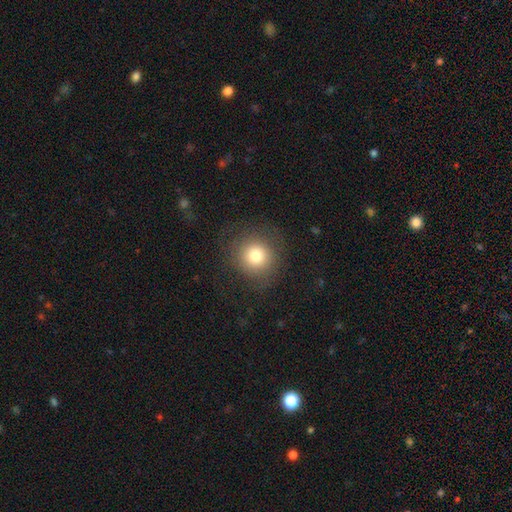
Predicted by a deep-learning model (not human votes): The model was most divided on "smooth or featured": smooth: 78%, featured or disk: 11%, star or artifact: 11%. More confident: how rounded — round (91%); merging — none (79%).